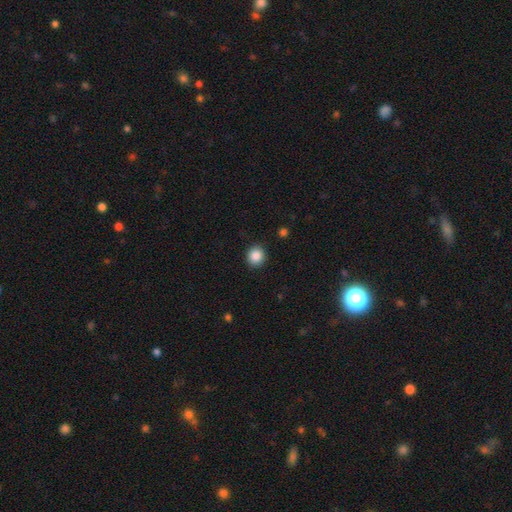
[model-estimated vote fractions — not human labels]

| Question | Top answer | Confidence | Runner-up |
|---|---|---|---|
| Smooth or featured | smooth | 87% | star or artifact (9%) |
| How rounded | round | 87% | in between (12%) |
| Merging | none | 90% | minor disturbance (7%) |